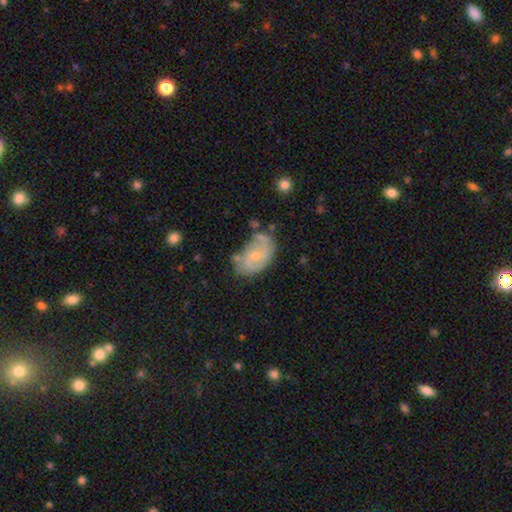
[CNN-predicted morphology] A featured or disk galaxy (62%) with no bar (64%), spiral arms (75%) and a small central bulge (61%). Merging: none (54%).